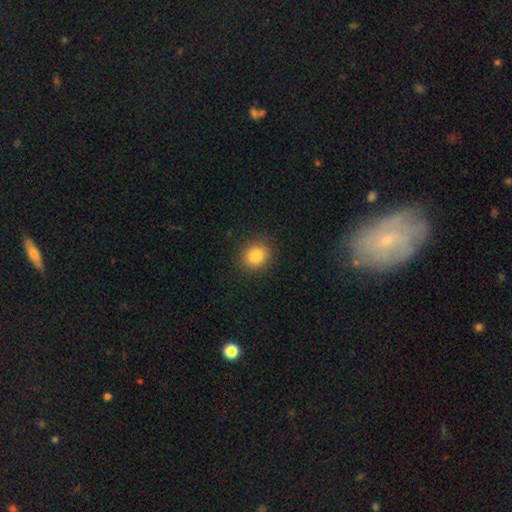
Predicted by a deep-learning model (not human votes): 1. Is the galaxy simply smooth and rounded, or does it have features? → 84% smooth, 10% star or artifact, 6% featured or disk.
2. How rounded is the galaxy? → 76% round, 23% in between, 1% cigar-shaped.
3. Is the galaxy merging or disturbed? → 89% none, 7% minor disturbance, 3% major disturbance, 1% merger.